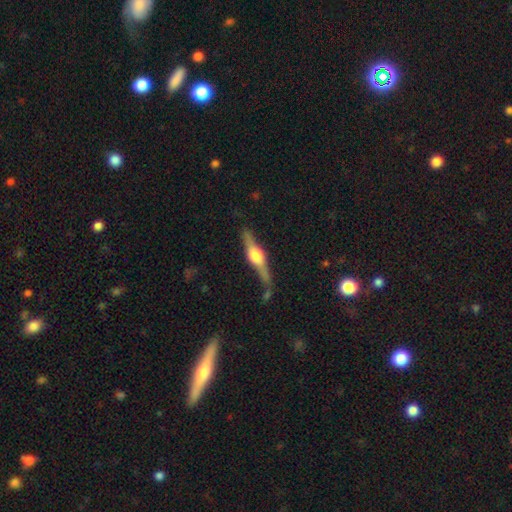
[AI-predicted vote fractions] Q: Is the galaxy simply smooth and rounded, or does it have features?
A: featured or disk — 76%.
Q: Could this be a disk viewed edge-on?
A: yes — 96%.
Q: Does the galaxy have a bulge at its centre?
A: rounded — 93%.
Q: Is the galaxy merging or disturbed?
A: none — 74%.